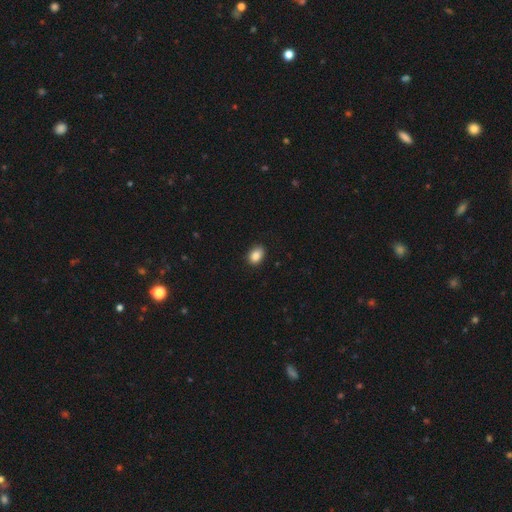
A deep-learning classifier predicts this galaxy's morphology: Q: Smooth or featured?
A: smooth (88%); runner-up: star or artifact (8%)
Q: How rounded?
A: in between (78%); runner-up: round (20%)
Q: Merging?
A: none (86%); runner-up: minor disturbance (11%)